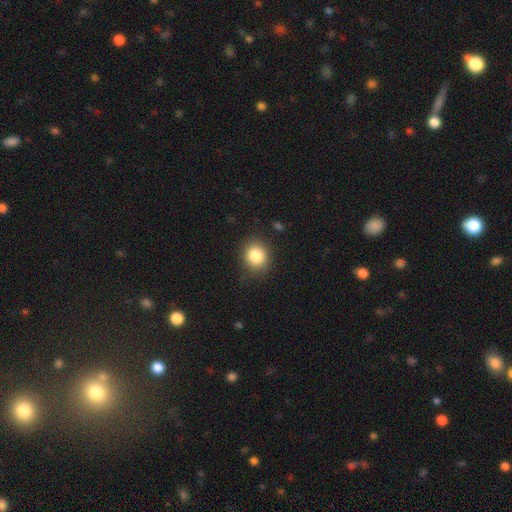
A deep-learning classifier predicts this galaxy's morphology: This appears to be a smooth galaxy with no disk features (84%) that is round (74%). Merging: none (86%).